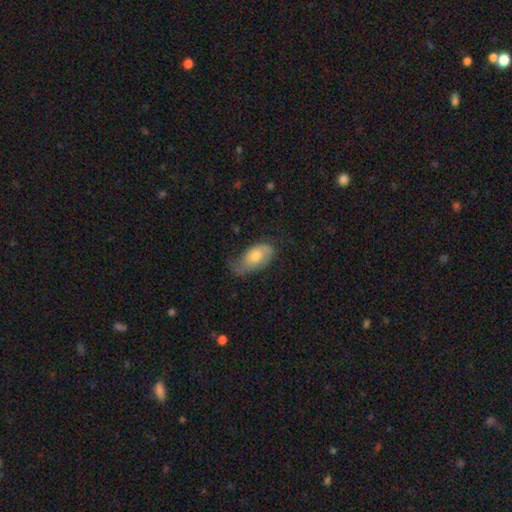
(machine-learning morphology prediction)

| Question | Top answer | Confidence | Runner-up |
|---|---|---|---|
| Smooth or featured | smooth | 54% | featured or disk (39%) |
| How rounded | in between | 91% | round (5%) |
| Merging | none | 43% | minor disturbance (36%) |